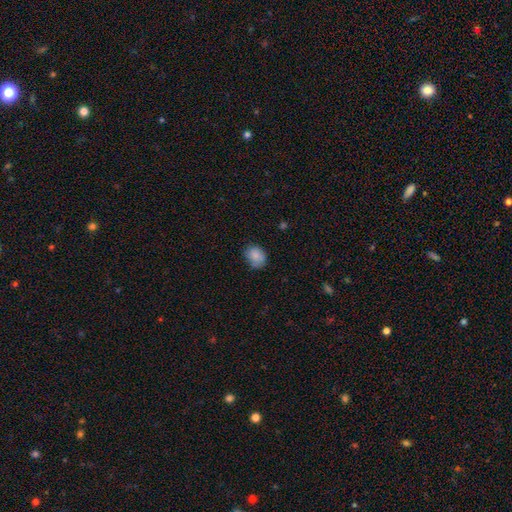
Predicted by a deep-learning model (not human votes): smooth-or-featured: smooth: 86% | star or artifact: 8% | featured or disk: 6%
  how-rounded: round: 51% | in between: 48% | cigar-shaped: 1%
  merging: none: 69% | minor disturbance: 25% | major disturbance: 5% | merger: 2%